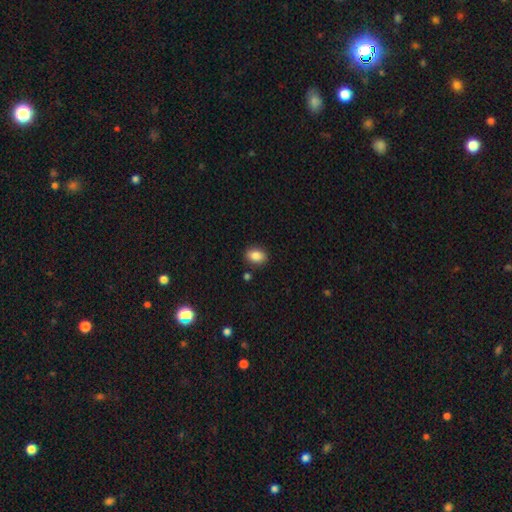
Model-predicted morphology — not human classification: Q: Smooth or featured?
A: smooth (86%); runner-up: star or artifact (9%)
Q: How rounded?
A: in between (77%); runner-up: round (22%)
Q: Merging?
A: none (86%); runner-up: minor disturbance (9%)